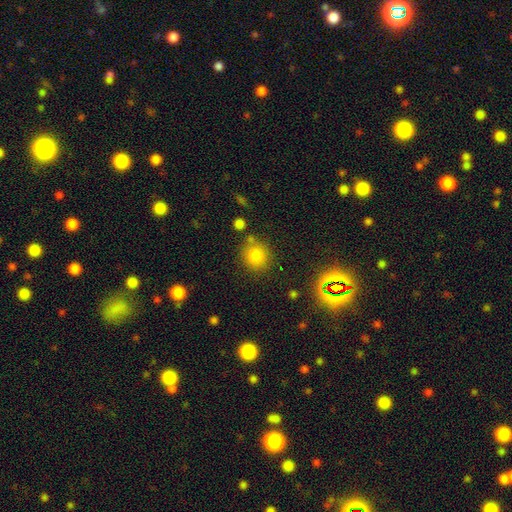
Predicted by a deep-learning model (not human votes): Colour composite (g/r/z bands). It shows a smooth galaxy with no disk features (81%) that is round (86%). Merging: none (78%).